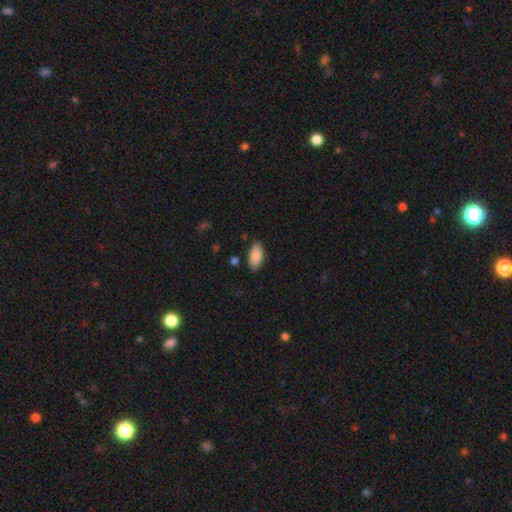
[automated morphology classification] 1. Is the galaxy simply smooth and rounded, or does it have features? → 89% smooth, 6% star or artifact, 5% featured or disk.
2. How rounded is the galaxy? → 93% in between, 5% cigar-shaped, 2% round.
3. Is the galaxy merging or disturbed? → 85% none, 11% minor disturbance, 3% major disturbance, 2% merger.